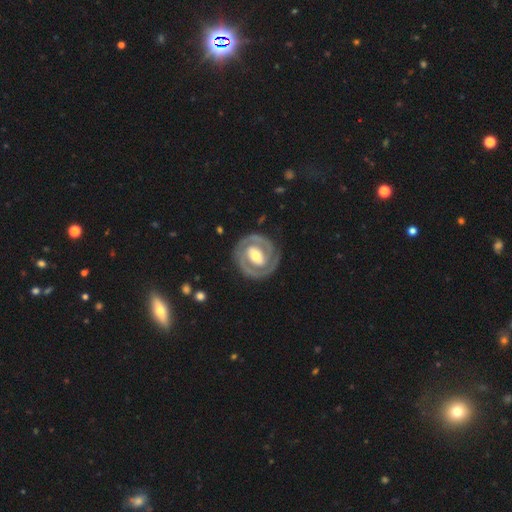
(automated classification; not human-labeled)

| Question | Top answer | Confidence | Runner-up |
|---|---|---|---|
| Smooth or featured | featured or disk | 86% | smooth (11%) |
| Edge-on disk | no | 97% | yes (3%) |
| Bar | weak | 38% | strong (33%) |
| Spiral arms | yes | 89% | no (11%) |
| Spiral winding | tight | 71% | medium (24%) |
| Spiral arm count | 2 | 79% | 1 (8%) |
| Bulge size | moderate | 63% | small (19%) |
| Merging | none | 84% | minor disturbance (10%) |